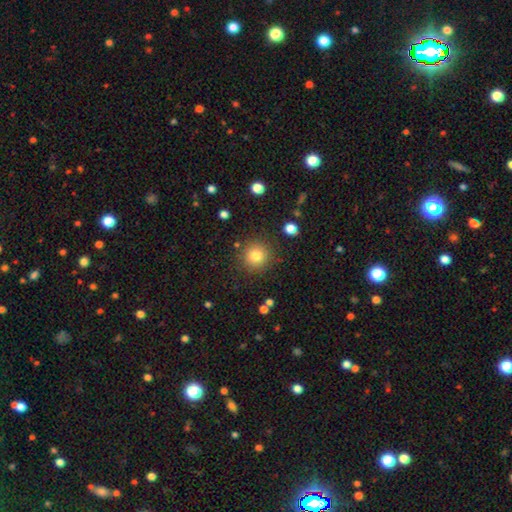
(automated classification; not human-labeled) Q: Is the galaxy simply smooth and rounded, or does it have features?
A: smooth — 80%.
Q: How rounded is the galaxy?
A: round — 93%.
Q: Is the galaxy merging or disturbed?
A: none — 87%.